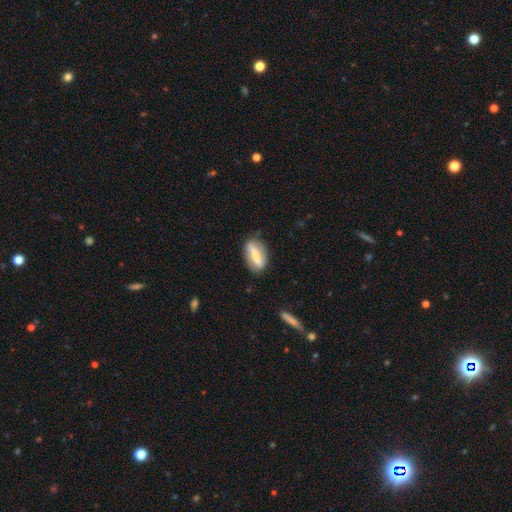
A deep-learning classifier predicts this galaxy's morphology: Overall: featured or disk (55%; smooth 38%). Edge-on disk: no (73%). Merging: none (81%).